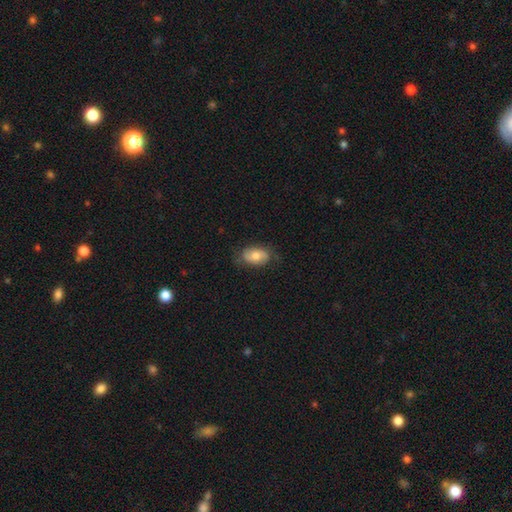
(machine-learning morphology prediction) Q: Smooth or featured?
A: smooth (57%); runner-up: featured or disk (36%)
Q: How rounded?
A: in between (87%); runner-up: round (12%)
Q: Merging?
A: none (74%); runner-up: minor disturbance (19%)